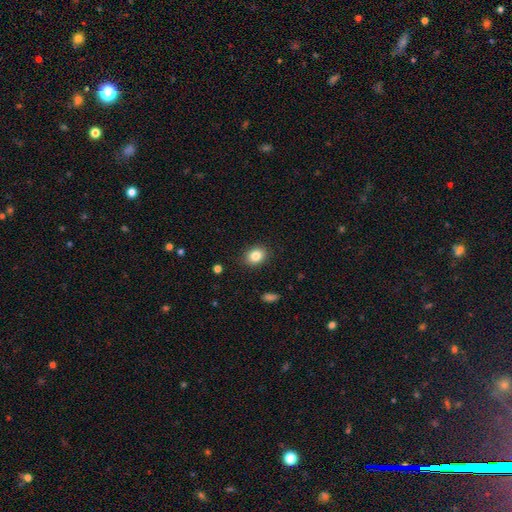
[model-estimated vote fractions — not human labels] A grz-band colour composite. It shows a smooth galaxy with no disk features (84%) that is in between round and cigar-shaped (54%). Merging: none (88%).